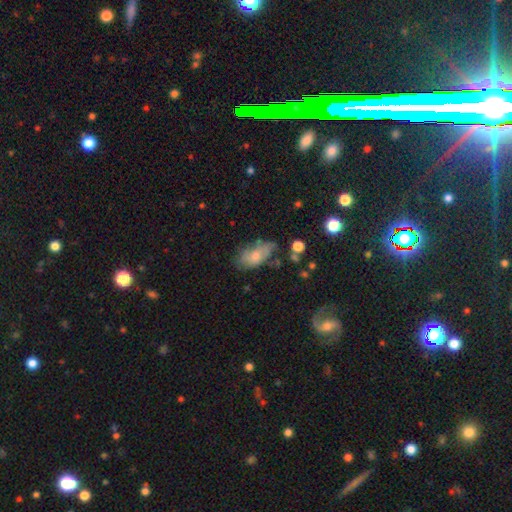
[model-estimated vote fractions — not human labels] Smooth or featured? Predicted: smooth (p=0.60). How rounded? Predicted: in between (p=0.90). Merging? Predicted: none (p=0.44).